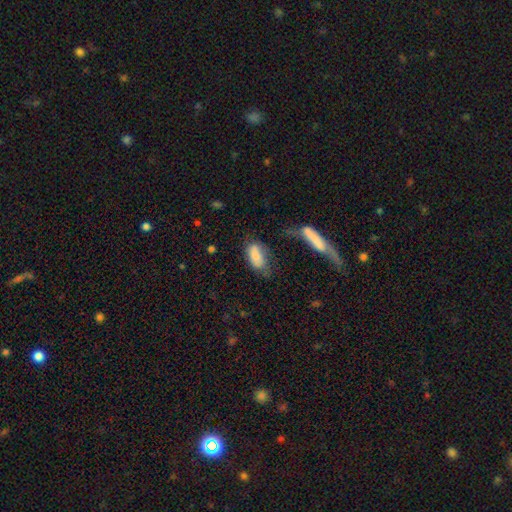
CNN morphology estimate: Smooth or featured: smooth — 74% (featured or disk — 18%)
How rounded: in between — 89% (cigar-shaped — 6%)
Merging: none — 47% (minor disturbance — 26%)